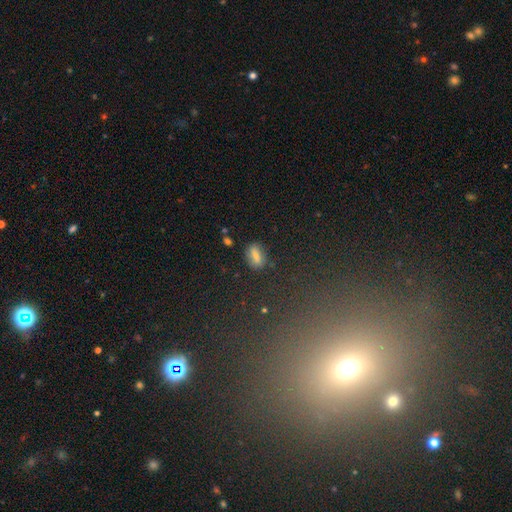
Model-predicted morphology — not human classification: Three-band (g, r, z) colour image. It shows a smooth galaxy with no disk features (61%) that is in between round and cigar-shaped (77%). Merging: none (77%).